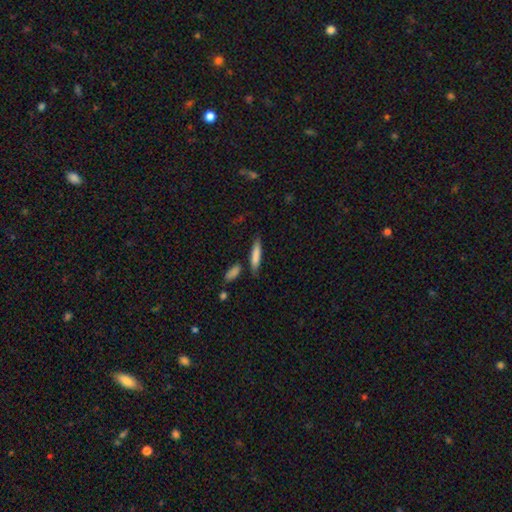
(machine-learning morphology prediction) Q: Smooth or featured?
A: smooth (81%); runner-up: featured or disk (13%)
Q: How rounded?
A: cigar-shaped (82%); runner-up: in between (16%)
Q: Merging?
A: none (76%); runner-up: minor disturbance (13%)